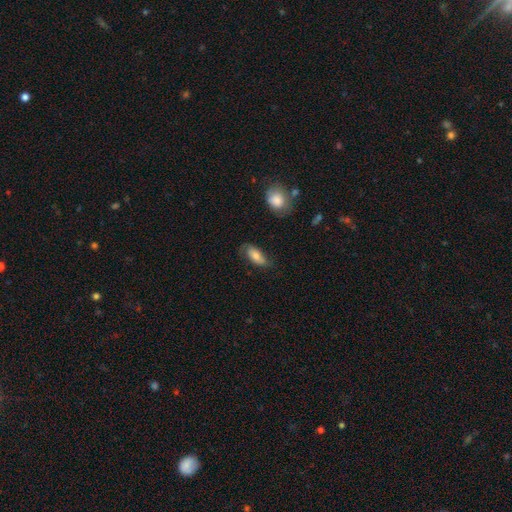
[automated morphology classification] The model was most divided on "merging": none: 61%, minor disturbance: 27%, major disturbance: 9%, merger: 2%. More confident: how rounded — in between (84%); smooth or featured — smooth (67%).